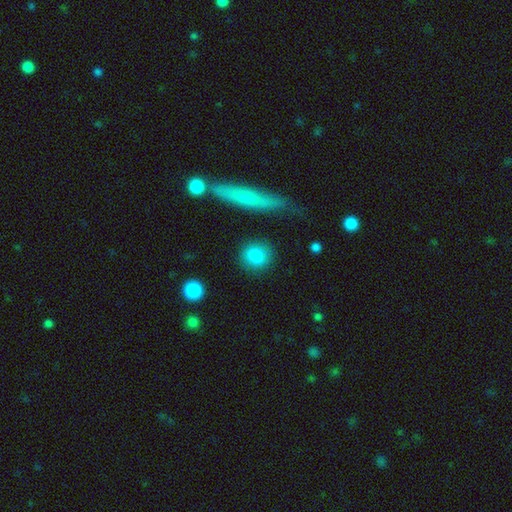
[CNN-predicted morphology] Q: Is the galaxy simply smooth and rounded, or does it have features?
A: smooth — 86%.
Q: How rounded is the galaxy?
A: round — 79%.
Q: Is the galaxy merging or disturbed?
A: none — 82%.